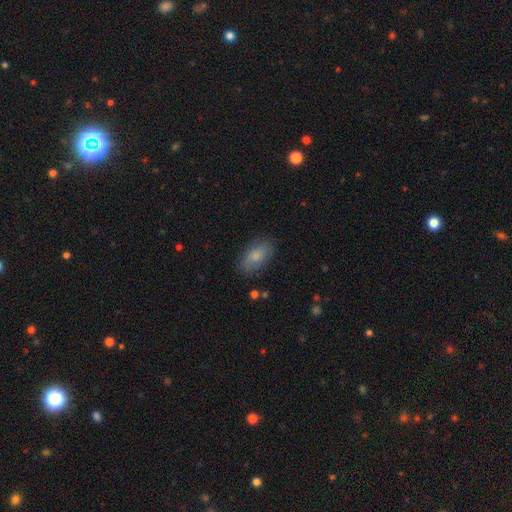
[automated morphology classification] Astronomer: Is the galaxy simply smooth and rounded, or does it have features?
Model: smooth — 79%.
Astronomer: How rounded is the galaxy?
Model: in between — 92%.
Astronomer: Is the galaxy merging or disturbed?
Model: none — 82%.